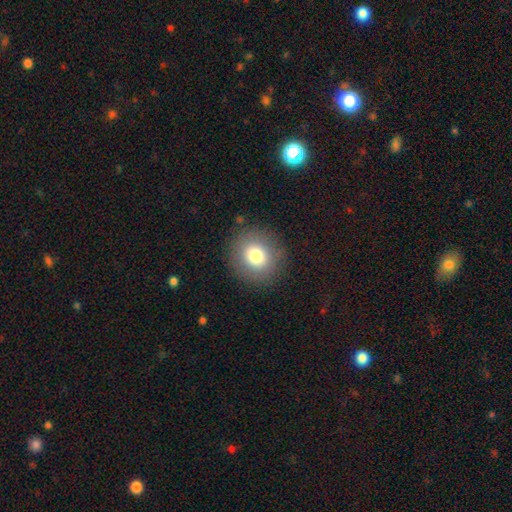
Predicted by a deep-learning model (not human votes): Smooth or featured: smooth — 77% (featured or disk — 12%)
How rounded: round — 89% (in between — 10%)
Merging: none — 88% (minor disturbance — 8%)